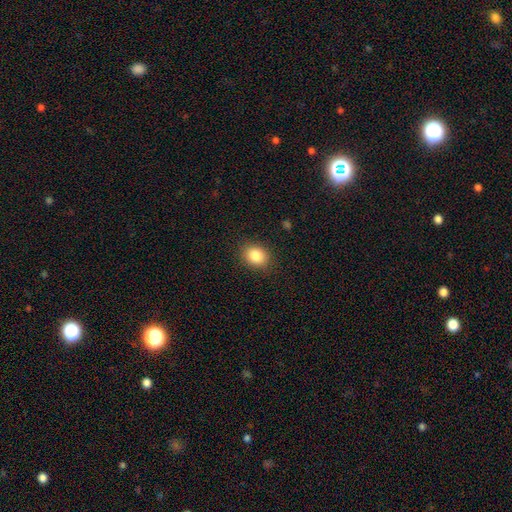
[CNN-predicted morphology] Smooth or featured? smooth (85%)
How rounded? in between (52%)
Merging? none (88%)